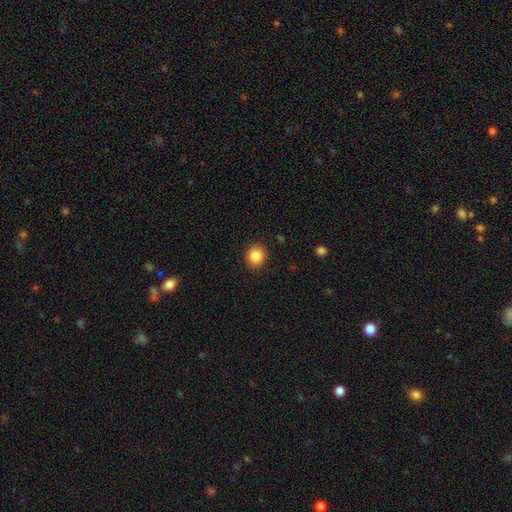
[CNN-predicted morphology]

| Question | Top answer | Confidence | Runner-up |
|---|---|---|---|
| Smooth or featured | smooth | 86% | star or artifact (9%) |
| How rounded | round | 82% | in between (17%) |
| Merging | none | 89% | minor disturbance (7%) |